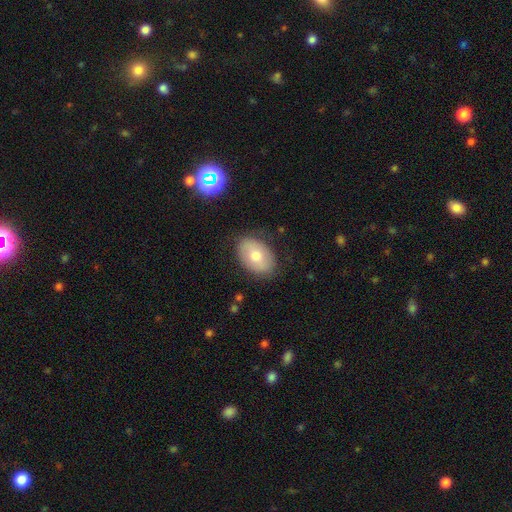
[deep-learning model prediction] Q: Smooth or featured?
A: smooth (70%); runner-up: featured or disk (23%)
Q: How rounded?
A: in between (86%); runner-up: round (13%)
Q: Merging?
A: none (82%); runner-up: minor disturbance (14%)